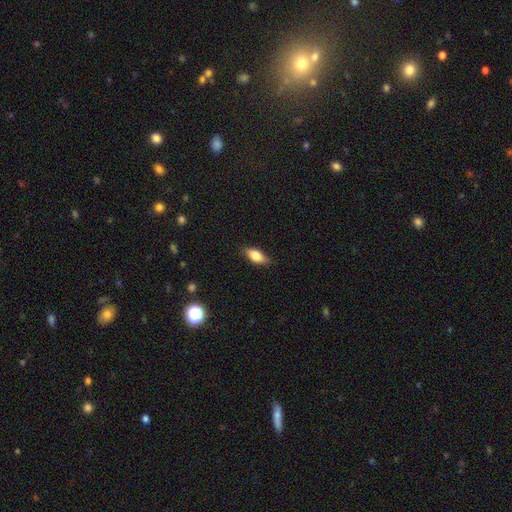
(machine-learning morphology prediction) A smooth galaxy with no disk features (72%) that is in between round and cigar-shaped (82%). Merging: none (81%).